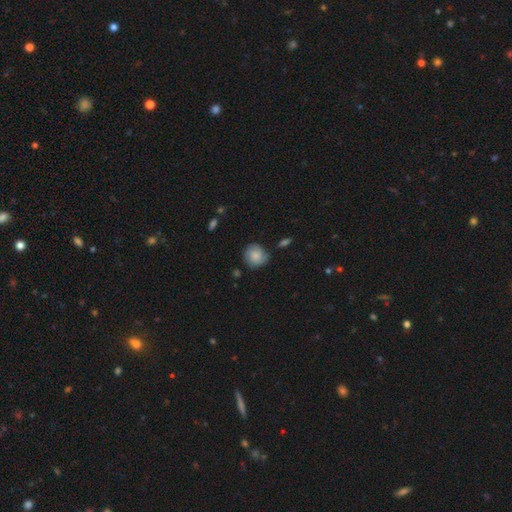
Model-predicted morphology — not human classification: smooth 66%, featured or disk 26%, star or artifact 8%. Down the decision tree: how rounded — round (86%); merging — none (73%).